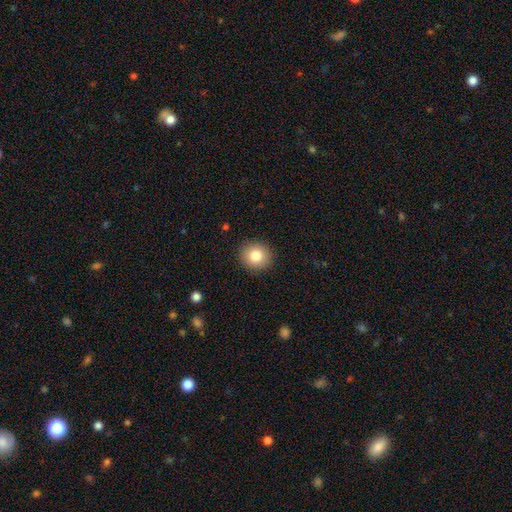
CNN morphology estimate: A smooth galaxy with no disk features (82%) that is round (81%). Merging: none (91%).